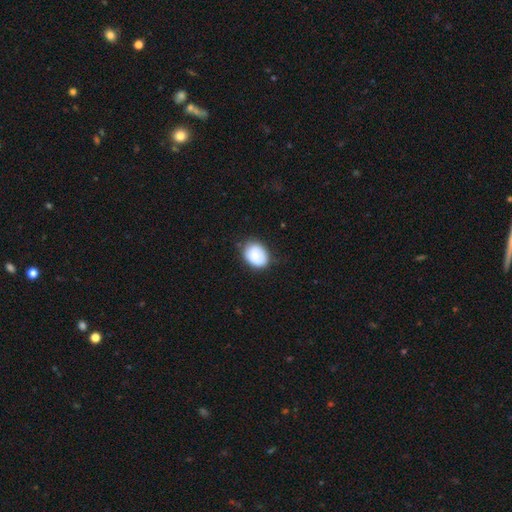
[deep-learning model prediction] smooth-or-featured: smooth: 82% | featured or disk: 11% | star or artifact: 7%
  how-rounded: in between: 62% | round: 37% | cigar-shaped: 1%
  merging: none: 74% | minor disturbance: 21% | major disturbance: 4% | merger: 1%